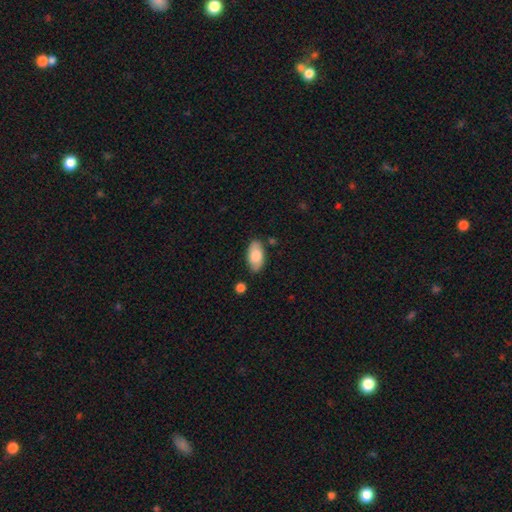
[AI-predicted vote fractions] Q: Smooth or featured?
A: smooth (77%); runner-up: featured or disk (17%)
Q: How rounded?
A: in between (94%); runner-up: cigar-shaped (3%)
Q: Merging?
A: none (79%); runner-up: minor disturbance (15%)